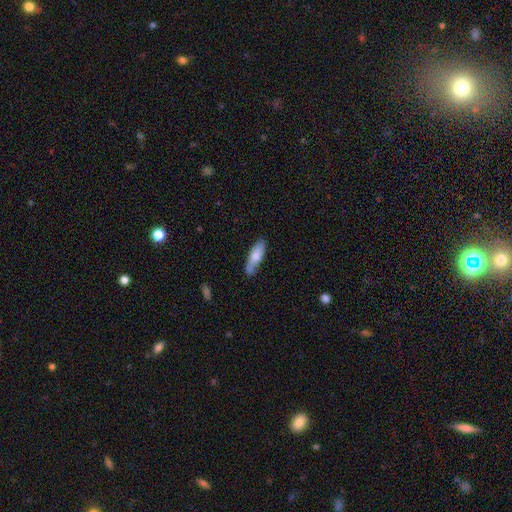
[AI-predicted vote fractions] This is likely a smooth galaxy (73%). How rounded: possibly cigar-shaped (52%). Merging: likely none (65%).